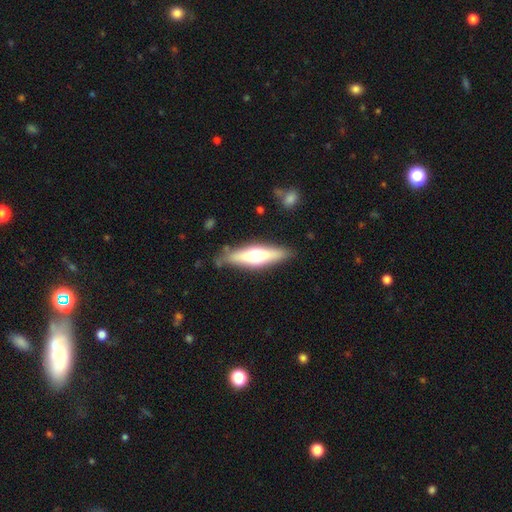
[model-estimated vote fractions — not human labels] This is possibly a featured or disk galaxy (49%). Merging: clearly none (82%).